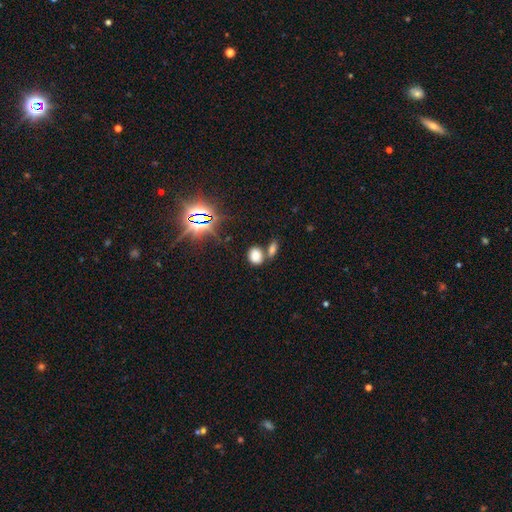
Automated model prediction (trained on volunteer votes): Q: Smooth or featured?
A: smooth (75%); runner-up: star or artifact (18%)
Q: How rounded?
A: in between (63%); runner-up: round (35%)
Q: Merging?
A: none (55%); runner-up: merger (31%)